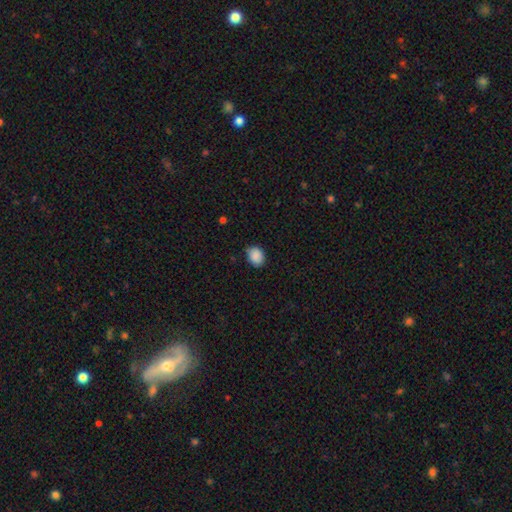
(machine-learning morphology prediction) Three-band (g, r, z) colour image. It shows a smooth galaxy with no disk features (88%) that is in between round and cigar-shaped (53%). Merging: none (75%).